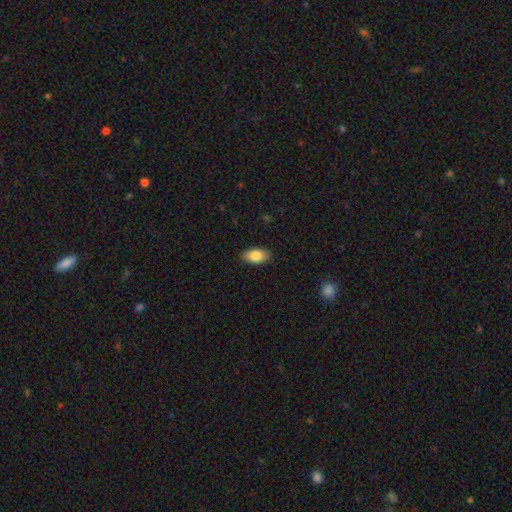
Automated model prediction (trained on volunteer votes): smooth-or-featured: smooth: 84% | featured or disk: 9% | star or artifact: 7%
  how-rounded: in between: 94% | round: 4% | cigar-shaped: 3%
  merging: none: 89% | minor disturbance: 8% | major disturbance: 2% | merger: 1%